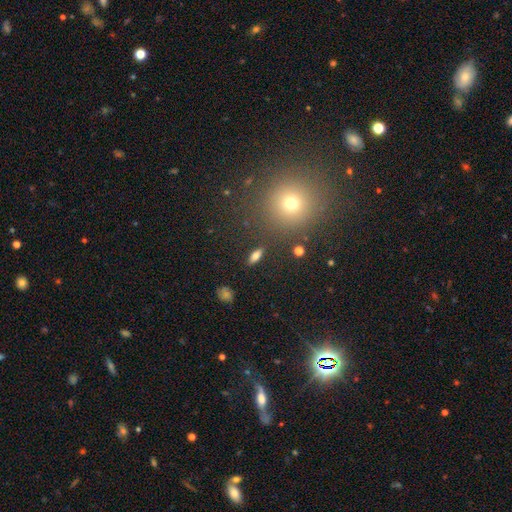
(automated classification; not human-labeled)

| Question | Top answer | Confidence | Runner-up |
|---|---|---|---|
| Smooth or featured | smooth | 72% | featured or disk (17%) |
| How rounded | in between | 63% | cigar-shaped (31%) |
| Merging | none | 87% | minor disturbance (8%) |